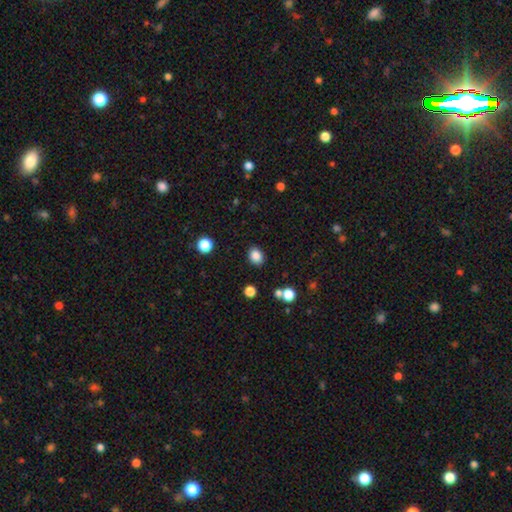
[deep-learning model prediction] smooth-or-featured: smooth: 85% | star or artifact: 10% | featured or disk: 4%
  how-rounded: in between: 52% | round: 47% | cigar-shaped: 1%
  merging: none: 86% | minor disturbance: 9% | major disturbance: 3% | merger: 2%